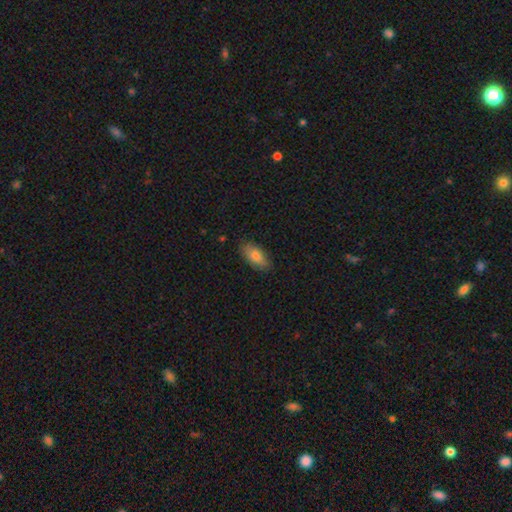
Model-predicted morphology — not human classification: A smooth galaxy with no disk features (78%) that is in between round and cigar-shaped (87%).

Vote fractions:
- Smooth or featured? smooth: 78% / featured or disk: 15% / star or artifact: 7%
- How rounded? in between: 87% / cigar-shaped: 10% / round: 3%
- Merging? none: 84% / minor disturbance: 13% / major disturbance: 2% / merger: 1%